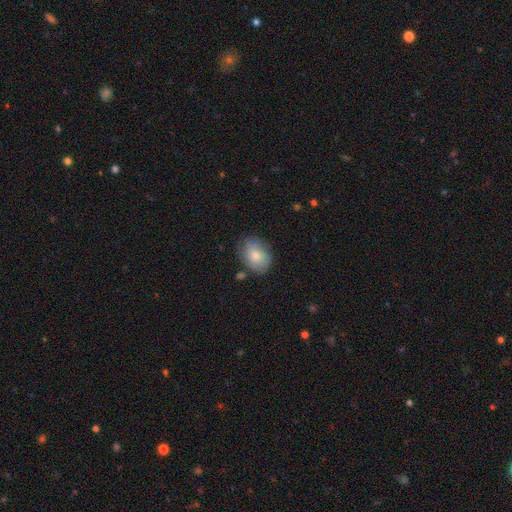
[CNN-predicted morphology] This is likely a smooth galaxy (76%). How rounded: likely in between (66%). Merging: likely none (73%).